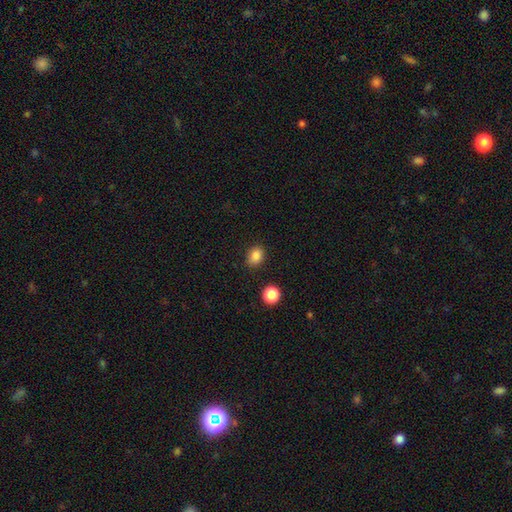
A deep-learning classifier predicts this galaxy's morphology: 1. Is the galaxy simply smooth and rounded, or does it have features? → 85% smooth, 11% star or artifact, 4% featured or disk.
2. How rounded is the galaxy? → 61% in between, 38% round, 1% cigar-shaped.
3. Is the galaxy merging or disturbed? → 80% none, 14% minor disturbance, 3% major disturbance, 3% merger.